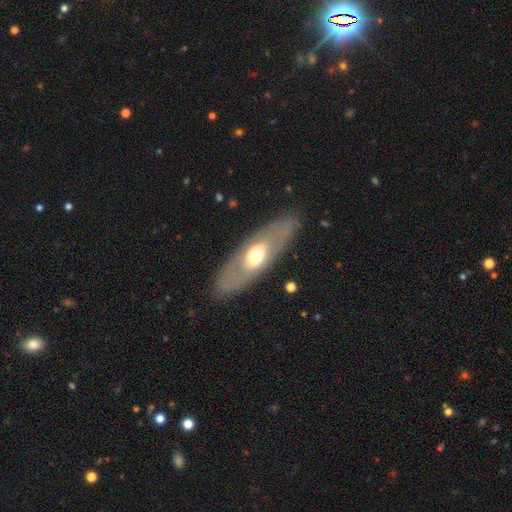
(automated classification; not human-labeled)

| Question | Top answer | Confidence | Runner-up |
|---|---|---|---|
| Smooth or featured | featured or disk | 52% | smooth (42%) |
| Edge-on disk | no | 70% | yes (30%) |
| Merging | none | 84% | minor disturbance (11%) |